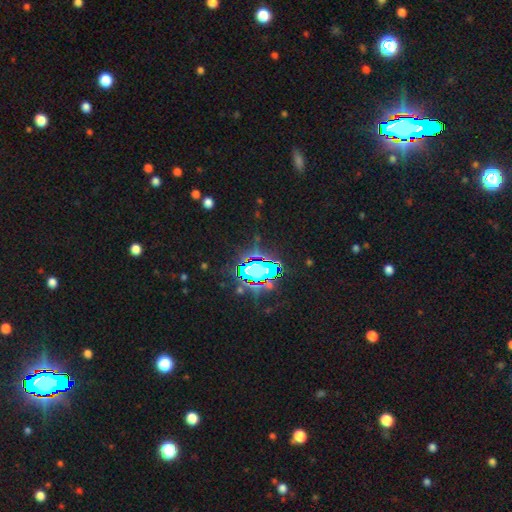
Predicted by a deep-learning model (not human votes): Q: Smooth or featured?
A: star or artifact (84%); runner-up: smooth (9%)